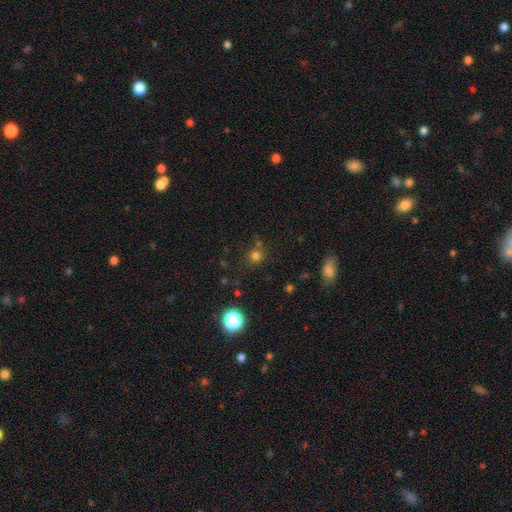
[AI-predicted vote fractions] Overall: smooth (71%). How rounded: round (88%). Merging: none (72%).